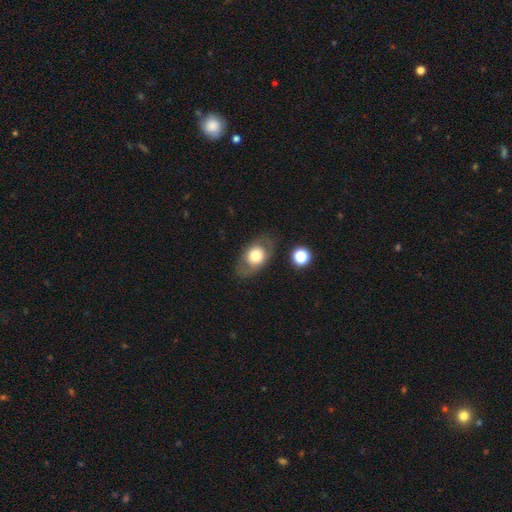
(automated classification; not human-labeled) smooth_or_featured: smooth (p=0.61) [alt: featured or disk p=0.30]
how_rounded: in between (p=0.67) [alt: round p=0.31]
merging: none (p=0.77) [alt: minor disturbance p=0.13]